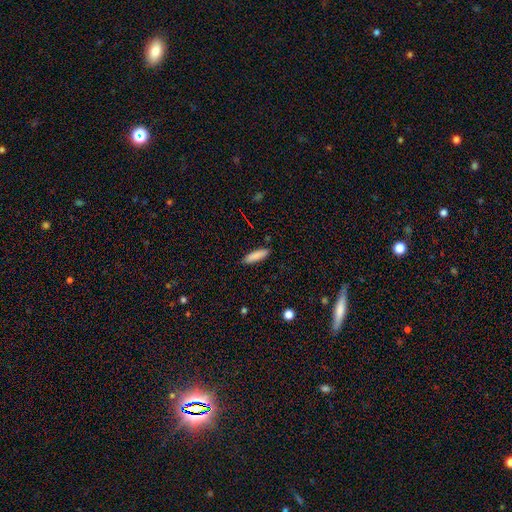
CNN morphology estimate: This appears to be a smooth galaxy with no disk features (86%) that is cigar-shaped (66%). Merging: none (88%).